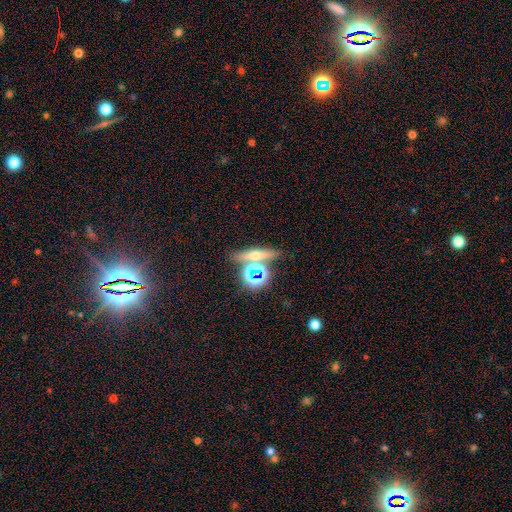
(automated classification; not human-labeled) The model was most divided on "smooth or featured": smooth: 39%, featured or disk: 34%, star or artifact: 27%. More confident: merging — none (73%).